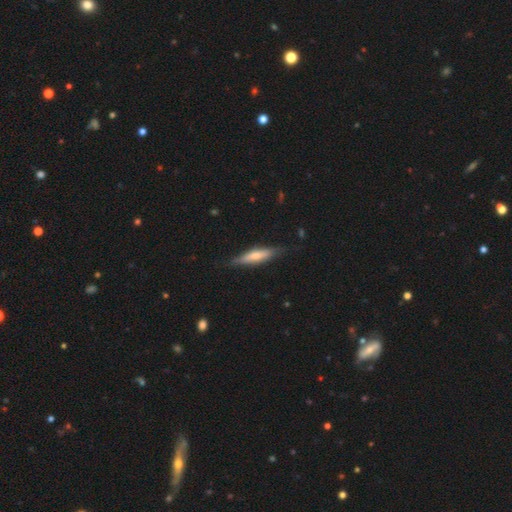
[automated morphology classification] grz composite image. It shows a smooth galaxy with no disk features (52%) that is cigar-shaped (81%). Merging: none (81%).